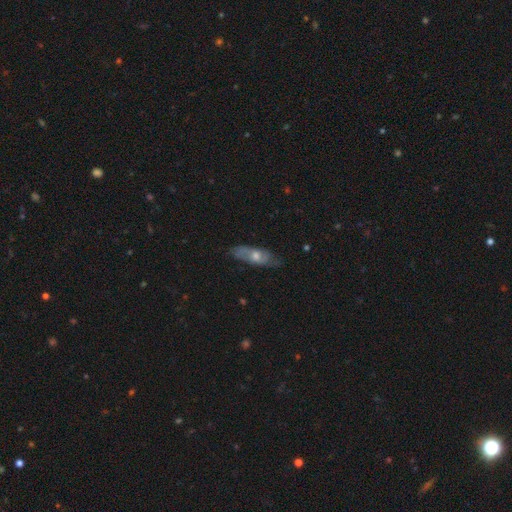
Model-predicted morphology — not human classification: The model was most divided on "smooth or featured": featured or disk: 56%, smooth: 37%, star or artifact: 7%. More confident: merging — none (76%); edge-on disk — no (69%).